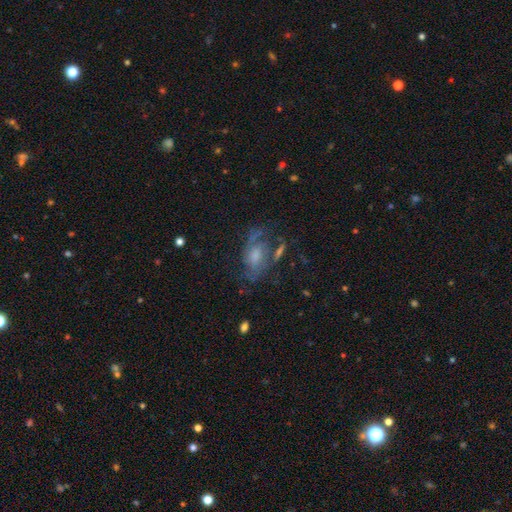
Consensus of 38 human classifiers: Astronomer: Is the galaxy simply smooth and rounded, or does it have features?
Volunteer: featured or disk — 66%.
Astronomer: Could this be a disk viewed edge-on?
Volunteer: no — 100%.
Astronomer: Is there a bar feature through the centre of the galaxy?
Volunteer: no — 60%.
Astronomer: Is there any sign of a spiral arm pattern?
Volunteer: yes — 84%.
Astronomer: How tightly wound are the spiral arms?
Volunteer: loose — 57% (runner-up: medium, 33%).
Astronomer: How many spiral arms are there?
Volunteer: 2 — 76%.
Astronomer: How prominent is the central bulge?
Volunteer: moderate — 48% (runner-up: none, 28%).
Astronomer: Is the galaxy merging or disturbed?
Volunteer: none — 42% (runner-up: minor disturbance, 31%).